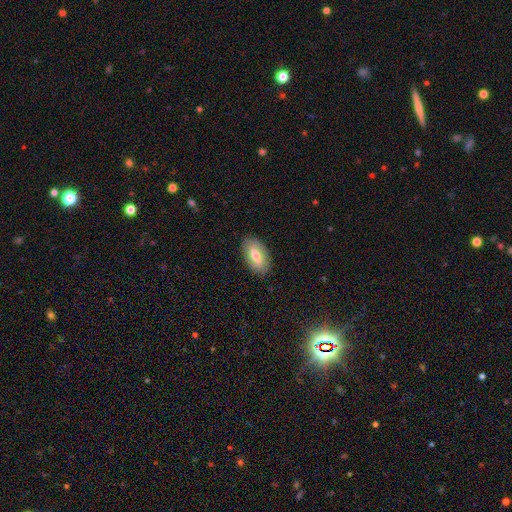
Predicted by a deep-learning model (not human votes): A smooth galaxy with no disk features (61%) that is in between round and cigar-shaped (92%). Merging: none (86%).